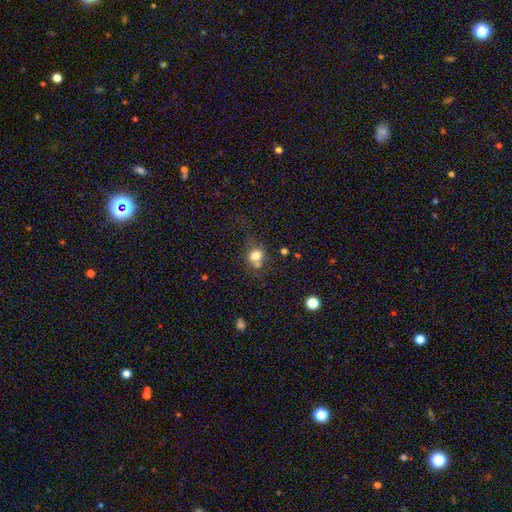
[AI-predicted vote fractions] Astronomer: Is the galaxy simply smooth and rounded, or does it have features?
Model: smooth — 75%.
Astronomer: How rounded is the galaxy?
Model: round — 64%.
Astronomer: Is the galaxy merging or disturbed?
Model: none — 45% (runner-up: merger, 29%).